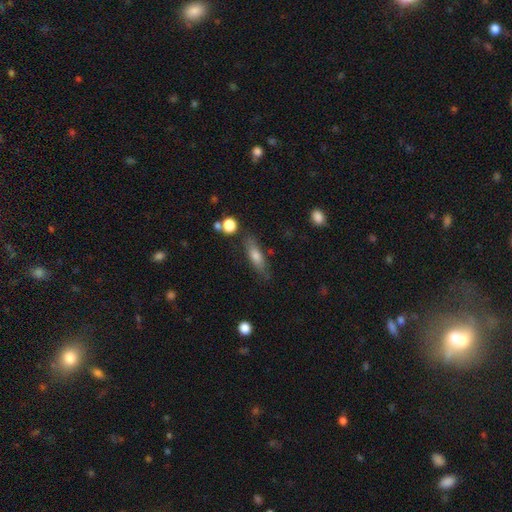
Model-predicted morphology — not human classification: smooth 64%, featured or disk 28%, star or artifact 8%. Down the decision tree: how rounded — cigar-shaped (55%); merging — none (74%).